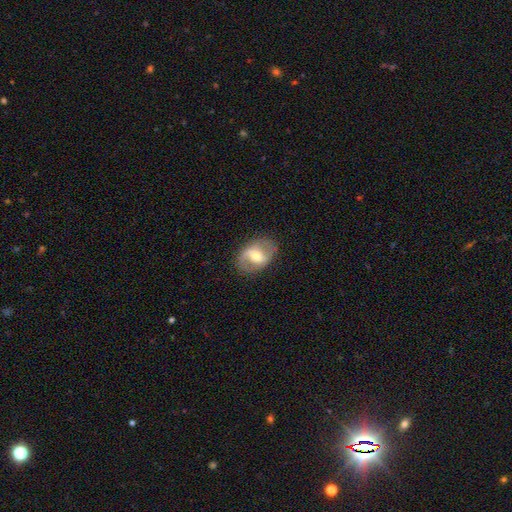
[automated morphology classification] Smooth or featured? featured or disk (76%)
Edge-on disk? no (96%)
Bar? weak (46%)
Spiral arms? yes (85%)
Spiral winding? loose (46%)
Spiral arm count? 2 (88%)
Bulge size? moderate (64%)
Merging? none (82%)